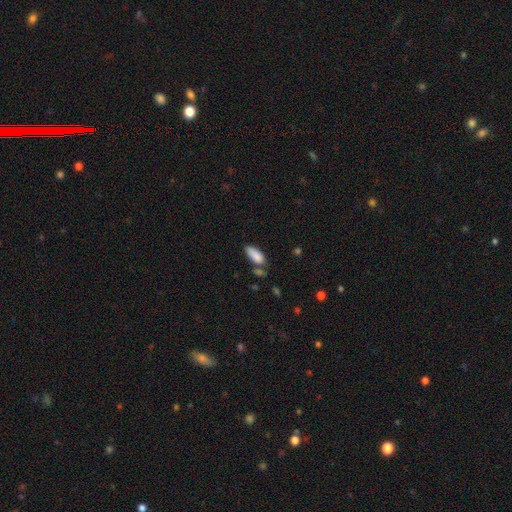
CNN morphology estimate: A smooth galaxy with no disk features (87%) that is in between round and cigar-shaped (84%). Merging: none (57%).